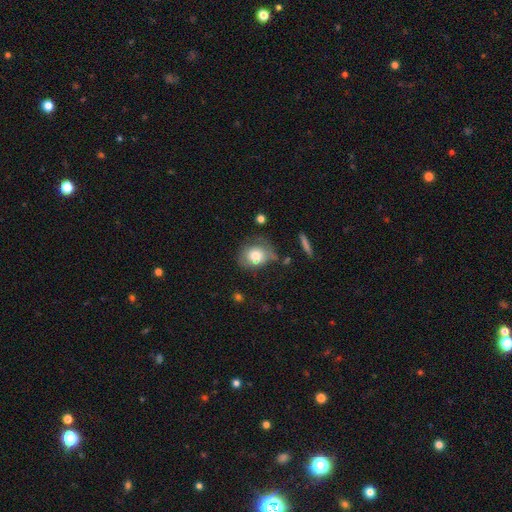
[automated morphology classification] A smooth galaxy with no disk features (73%) that is round (67%). Merging: none (49%).